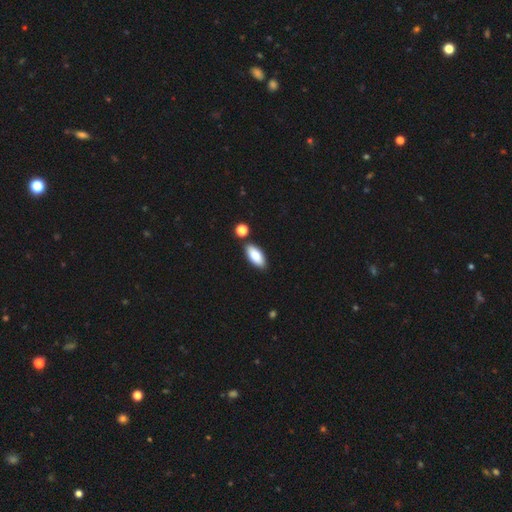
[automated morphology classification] smooth_or_featured: smooth (p=0.81) [alt: featured or disk p=0.12]
how_rounded: in between (p=0.88) [alt: cigar-shaped p=0.10]
merging: none (p=0.82) [alt: minor disturbance p=0.09]